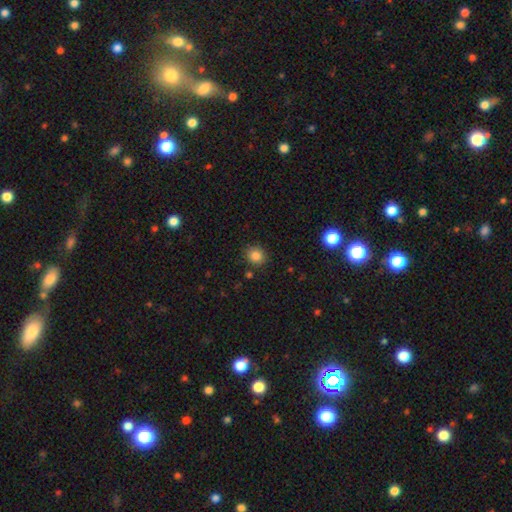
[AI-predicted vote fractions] A smooth galaxy with no disk features (84%) that is round (79%).

Vote fractions:
- Smooth or featured? smooth: 84% / star or artifact: 11% / featured or disk: 5%
- How rounded? round: 79% / in between: 20% / cigar-shaped: 1%
- Merging? none: 85% / minor disturbance: 10% / major disturbance: 3% / merger: 3%